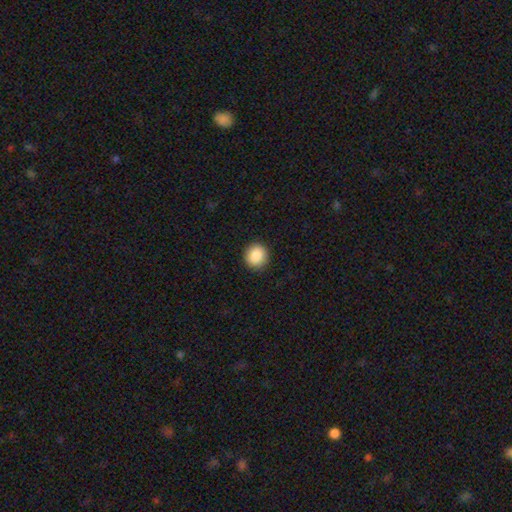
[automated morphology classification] type=smooth (87%); roundness=round (91%); merging=none (92%).